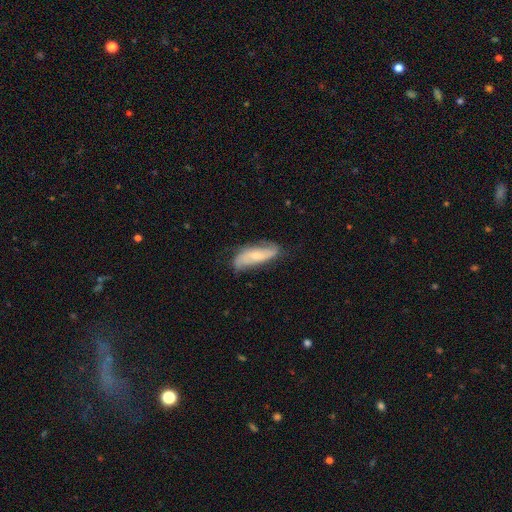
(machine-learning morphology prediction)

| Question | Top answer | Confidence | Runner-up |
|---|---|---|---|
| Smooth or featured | featured or disk | 64% | smooth (29%) |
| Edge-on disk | no | 87% | yes (13%) |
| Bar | no | 58% | weak (29%) |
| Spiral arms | yes | 89% | no (11%) |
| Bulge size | small | 61% | moderate (34%) |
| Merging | none | 71% | minor disturbance (22%) |